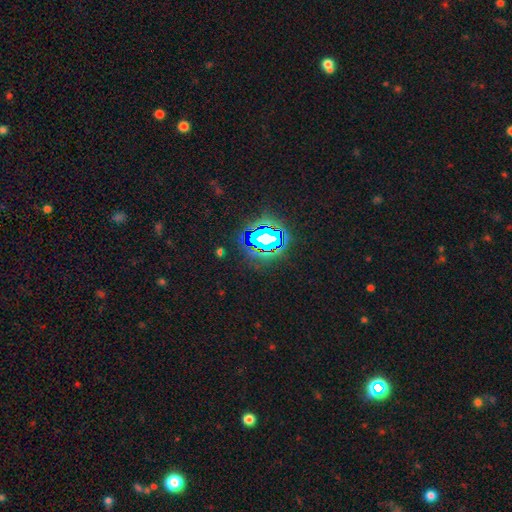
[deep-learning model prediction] Smooth or featured? Predicted: star or artifact (p=0.83).